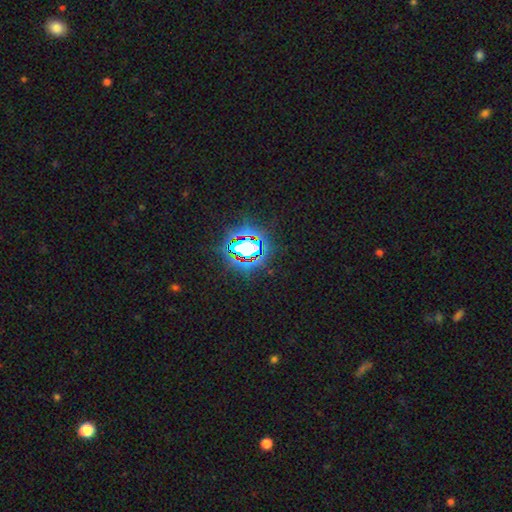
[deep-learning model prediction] Smooth or featured? Predicted: star or artifact (p=0.79).